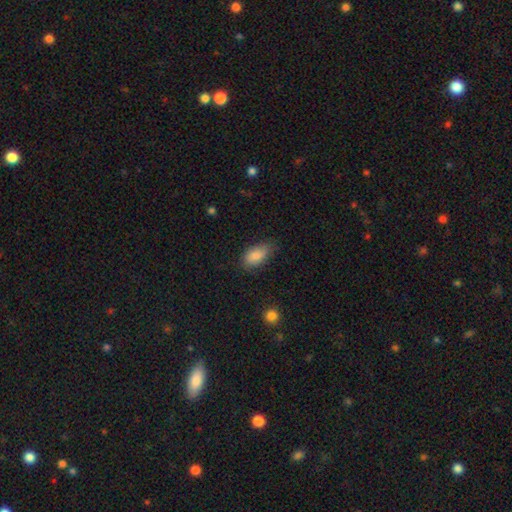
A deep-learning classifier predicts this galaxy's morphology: smooth_or_featured: smooth (p=0.87) [alt: star or artifact p=0.07]
how_rounded: in between (p=0.91) [alt: cigar-shaped p=0.05]
merging: none (p=0.71) [alt: minor disturbance p=0.23]